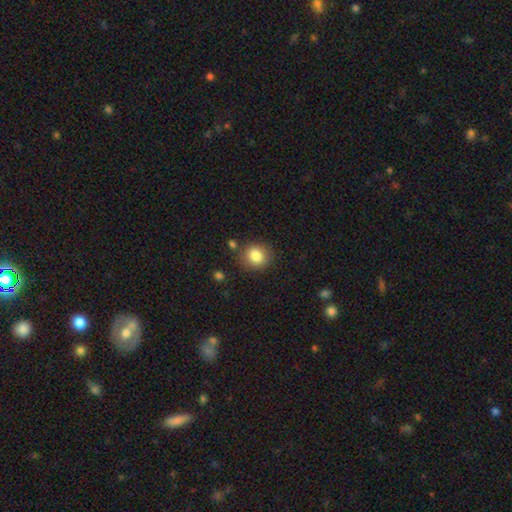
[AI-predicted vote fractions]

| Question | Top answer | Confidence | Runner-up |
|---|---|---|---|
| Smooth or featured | smooth | 84% | star or artifact (10%) |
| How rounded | round | 78% | in between (21%) |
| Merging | none | 82% | minor disturbance (11%) |